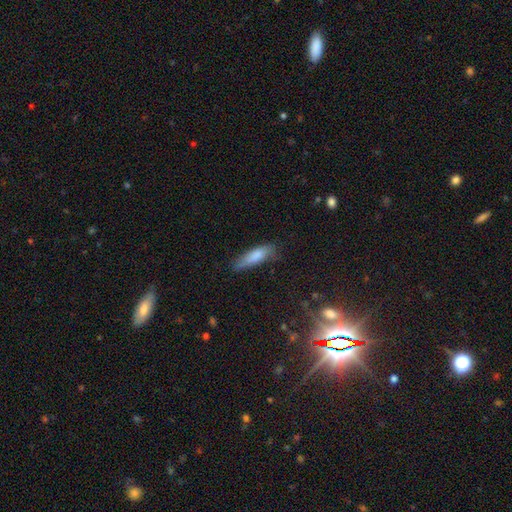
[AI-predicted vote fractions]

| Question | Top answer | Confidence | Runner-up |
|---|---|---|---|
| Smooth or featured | smooth | 80% | featured or disk (14%) |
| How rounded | cigar-shaped | 62% | in between (37%) |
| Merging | none | 62% | minor disturbance (29%) |